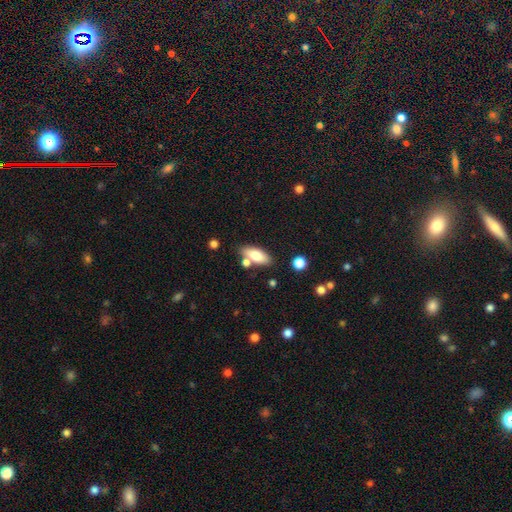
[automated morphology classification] Smooth or featured? Predicted: smooth (p=0.76). How rounded? Predicted: in between (p=0.78). Merging? Predicted: none (p=0.70).